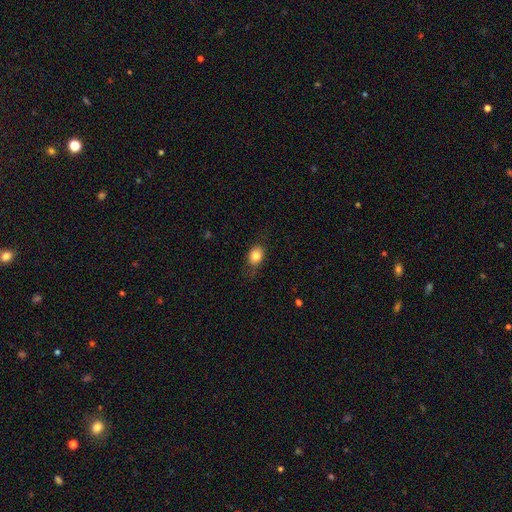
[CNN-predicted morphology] Smooth or featured?
  - smooth: 81% *
  - featured or disk: 10%
  - star or artifact: 9%
How rounded?
  - in between: 60% *
  - round: 38%
  - cigar-shaped: 1%
Merging?
  - none: 74% *
  - minor disturbance: 19%
  - major disturbance: 6%
  - merger: 1%